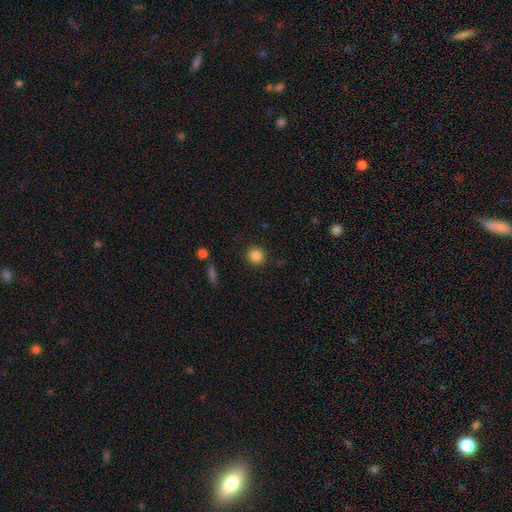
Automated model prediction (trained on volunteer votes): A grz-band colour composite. It shows a smooth galaxy with no disk features (85%) that is round (92%). Merging: none (90%).